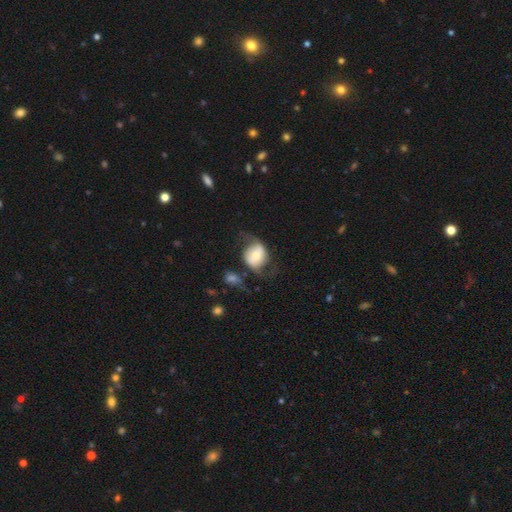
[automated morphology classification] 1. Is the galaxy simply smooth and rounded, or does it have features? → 54% featured or disk, 39% smooth, 7% star or artifact.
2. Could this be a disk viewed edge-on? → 94% no, 6% yes.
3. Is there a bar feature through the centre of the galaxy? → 55% no, 27% weak, 18% strong.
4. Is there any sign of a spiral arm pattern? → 67% yes, 33% no.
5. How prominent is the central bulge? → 57% moderate, 29% small, 9% large, 3% dominant, 2% none.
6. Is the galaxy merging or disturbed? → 47% none, 25% major disturbance, 21% minor disturbance, 7% merger.